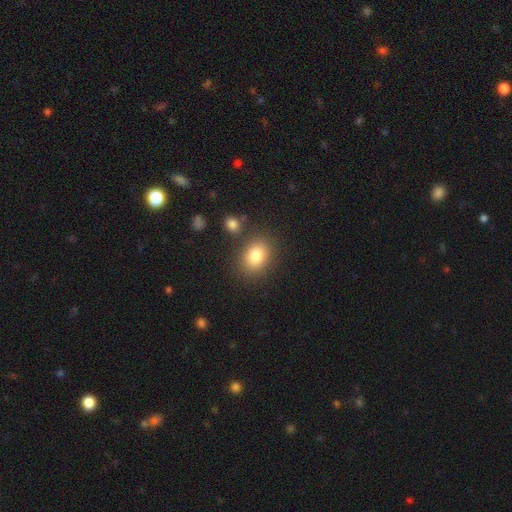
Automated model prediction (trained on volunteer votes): smooth 83%, star or artifact 9%, featured or disk 8%. Down the decision tree: how rounded — in between (68%); merging — none (80%).